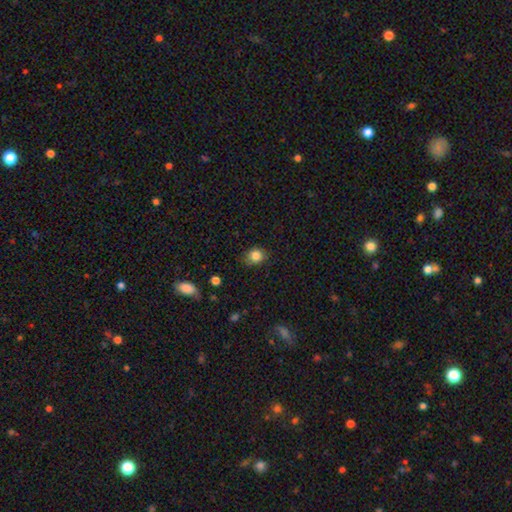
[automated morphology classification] A smooth galaxy with no disk features (84%) that is round (68%). Merging: none (78%).